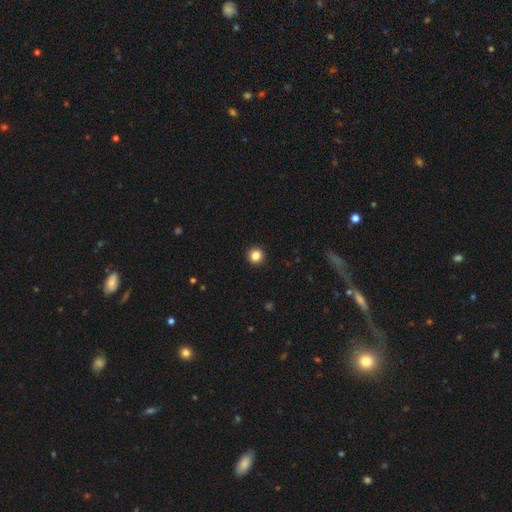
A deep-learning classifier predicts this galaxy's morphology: This appears to be a smooth galaxy with no disk features (85%) that is round (96%). Merging: none (94%).